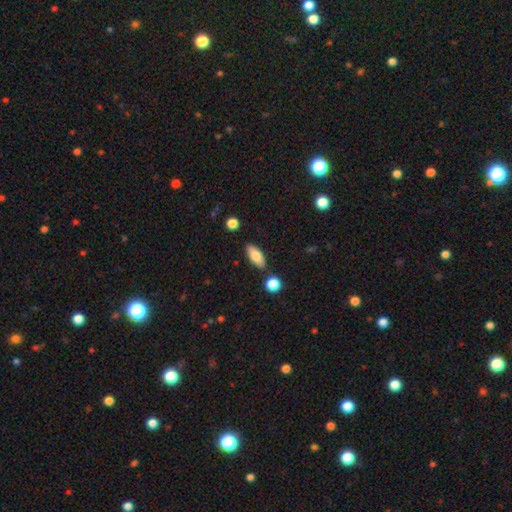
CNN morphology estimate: smooth 78%, featured or disk 15%, star or artifact 7%. Down the decision tree: how rounded — in between (80%); merging — none (83%).